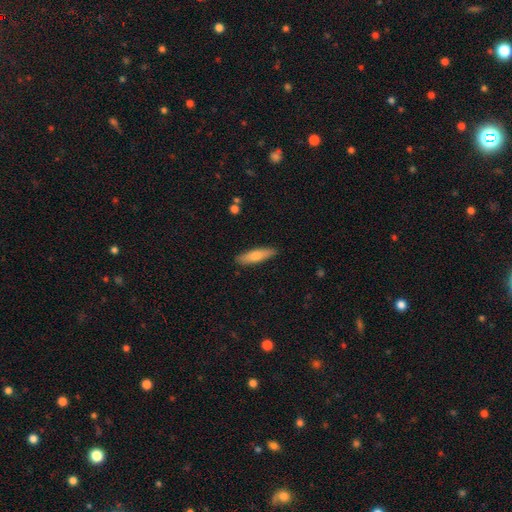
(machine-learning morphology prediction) type=smooth (77%); roundness=cigar-shaped (69%); merging=none (88%).